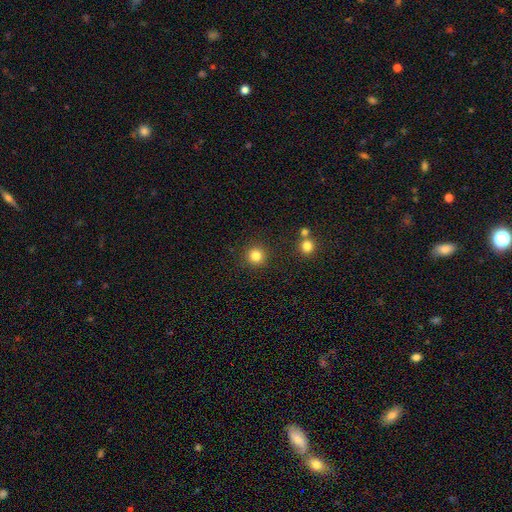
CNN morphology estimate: The model was most divided on "smooth or featured": smooth: 83%, star or artifact: 12%, featured or disk: 5%. More confident: how rounded — round (95%); merging — none (90%).